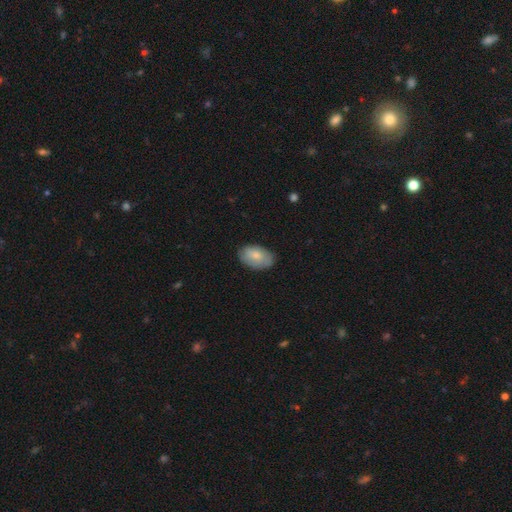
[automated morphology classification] Smooth or featured?
  - smooth: 74% *
  - featured or disk: 20%
  - star or artifact: 6%
How rounded?
  - in between: 91% *
  - round: 8%
  - cigar-shaped: 1%
Merging?
  - none: 76% *
  - minor disturbance: 19%
  - major disturbance: 3%
  - merger: 1%